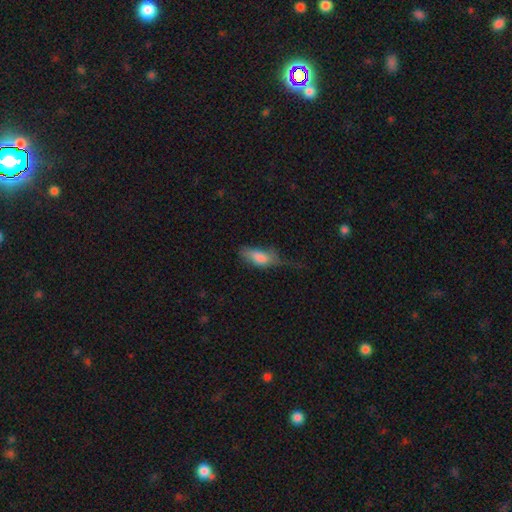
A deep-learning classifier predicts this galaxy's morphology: smooth_or_featured: smooth (p=0.73) [alt: featured or disk p=0.18]
how_rounded: in between (p=0.76) [alt: cigar-shaped p=0.20]
merging: minor disturbance (p=0.36) [alt: none p=0.31]